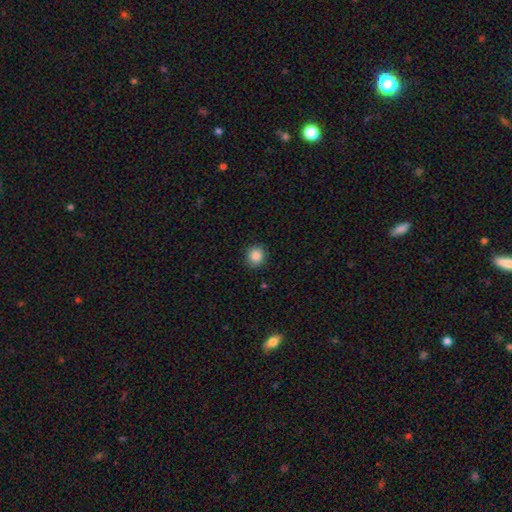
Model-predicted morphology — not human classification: A smooth galaxy with no disk features (87%) that is round (86%). Merging: none (89%).